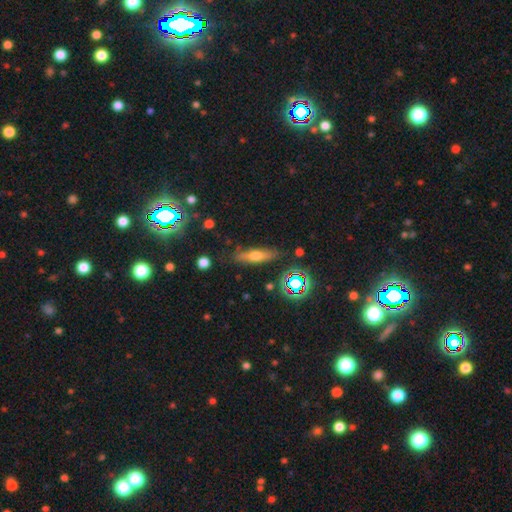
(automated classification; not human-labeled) A smooth galaxy with no disk features (49%). Merging: none (81%).